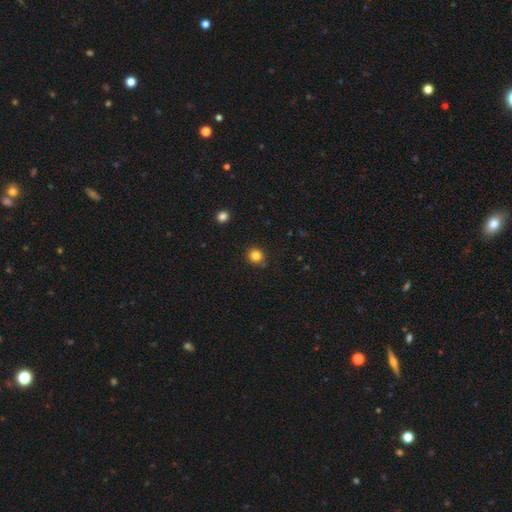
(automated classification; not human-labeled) This appears to be a smooth galaxy with no disk features (83%) that is round (90%). Merging: none (88%).